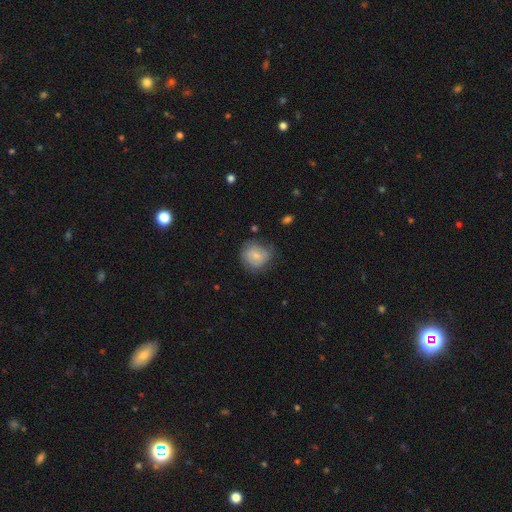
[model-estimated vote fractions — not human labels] smooth_or_featured: smooth (p=0.65) [alt: featured or disk p=0.28]
how_rounded: round (p=0.80) [alt: in between p=0.19]
merging: none (p=0.63) [alt: minor disturbance p=0.25]